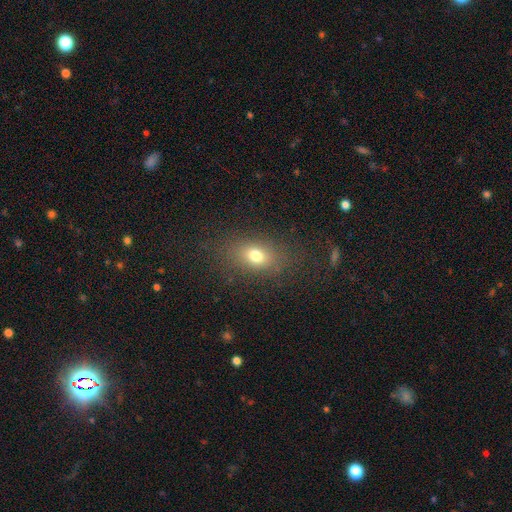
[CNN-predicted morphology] Overall: smooth (74%). How rounded: in between (70%). Merging: none (81%).